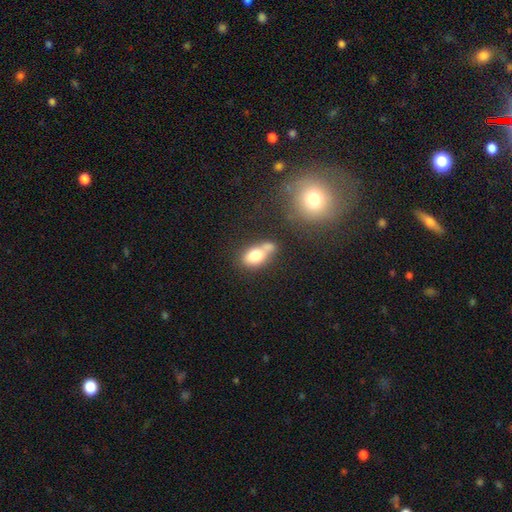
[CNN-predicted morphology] Smooth or featured?
  - smooth: 75% *
  - featured or disk: 16%
  - star or artifact: 9%
How rounded?
  - in between: 82% *
  - round: 14%
  - cigar-shaped: 5%
Merging?
  - merger: 42% *
  - none: 34%
  - minor disturbance: 16%
  - major disturbance: 8%